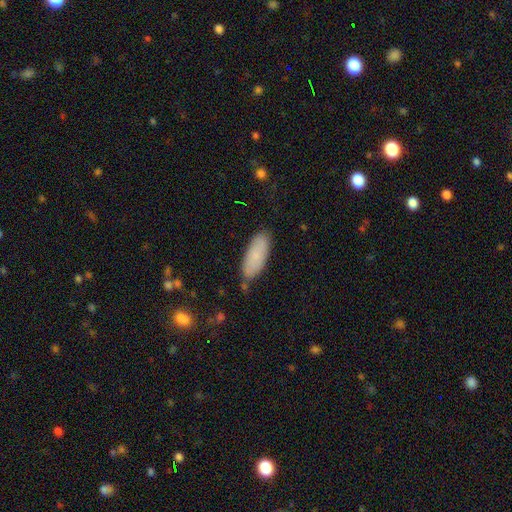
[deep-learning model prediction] A smooth galaxy with no disk features (79%) that is in between round and cigar-shaped (71%).

Vote fractions:
- Smooth or featured? smooth: 79% / featured or disk: 14% / star or artifact: 7%
- How rounded? in between: 71% / cigar-shaped: 27% / round: 2%
- Merging? none: 77% / minor disturbance: 17% / major disturbance: 3% / merger: 3%